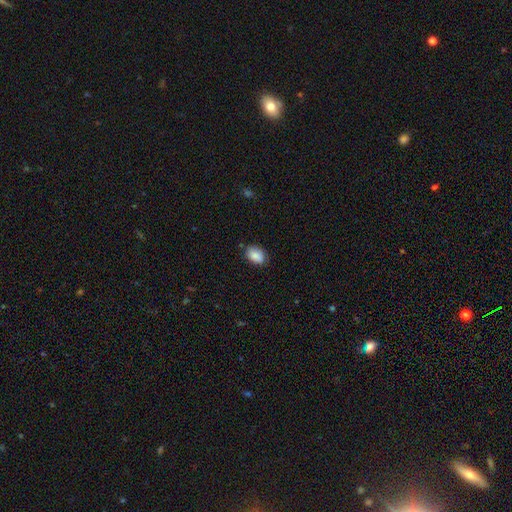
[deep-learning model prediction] Overall: smooth (87%). How rounded: in between (84%). Merging: none (77%).